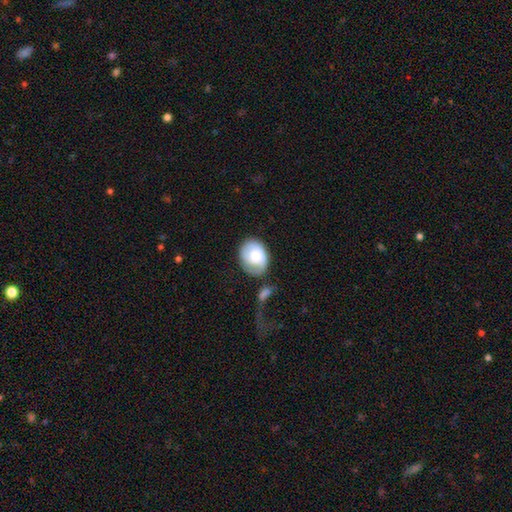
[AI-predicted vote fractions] Smooth or featured?
  - smooth: 64% *
  - featured or disk: 29%
  - star or artifact: 7%
How rounded?
  - in between: 64% *
  - round: 36%
  - cigar-shaped: 1%
Merging?
  - none: 52% *
  - minor disturbance: 25%
  - major disturbance: 13%
  - merger: 10%